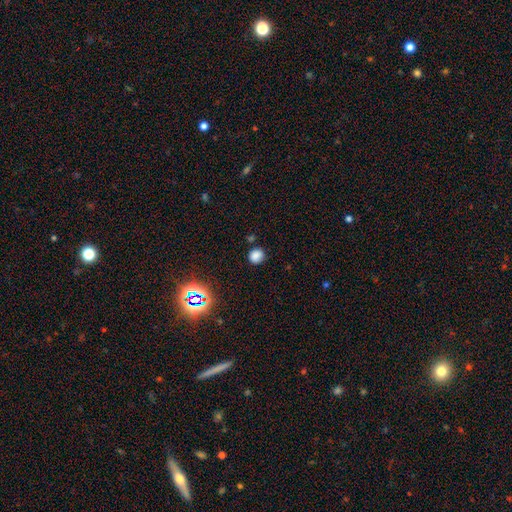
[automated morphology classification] Q: Smooth or featured?
A: smooth (79%); runner-up: star or artifact (16%)
Q: How rounded?
A: round (78%); runner-up: in between (21%)
Q: Merging?
A: none (82%); runner-up: minor disturbance (12%)